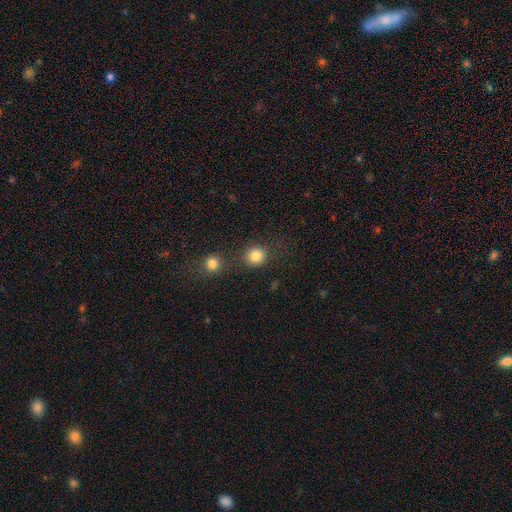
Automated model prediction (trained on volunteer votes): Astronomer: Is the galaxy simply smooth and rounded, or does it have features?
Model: smooth — 84%.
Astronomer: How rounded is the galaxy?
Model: round — 89%.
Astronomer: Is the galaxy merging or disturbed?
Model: none — 72%.